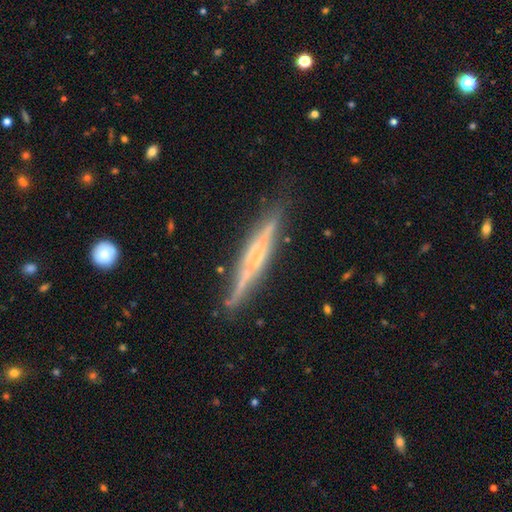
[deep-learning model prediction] This is likely a featured or disk galaxy (71%). It is clearly viewed edge-on (94%). Edge-on bulge: marginally none (38%). Merging: likely none (75%).